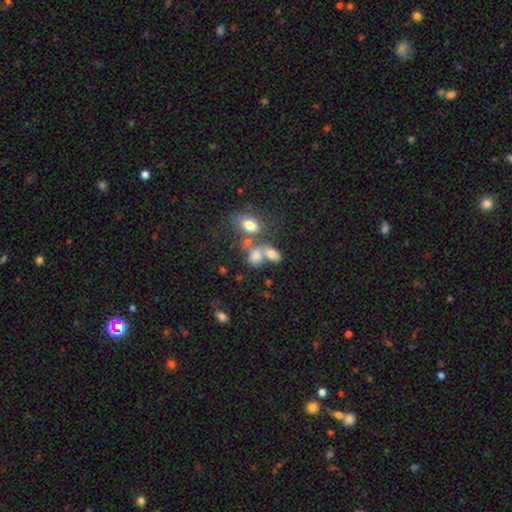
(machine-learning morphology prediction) Overall: smooth (71%). How rounded: in between (64%; round 34%). Merging: merger (51%; none 30%).